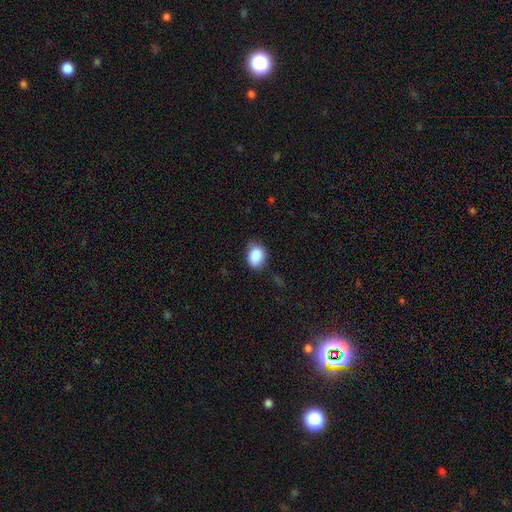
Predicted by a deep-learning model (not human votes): Morphology: type=smooth (88%); roundness=in between (68%); merging=none (70%).